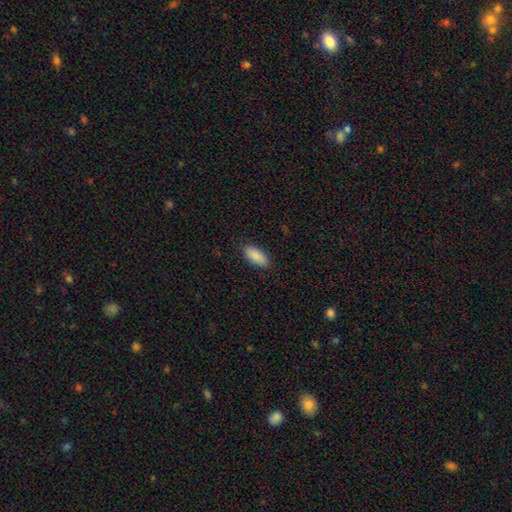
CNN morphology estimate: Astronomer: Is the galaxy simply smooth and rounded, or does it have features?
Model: smooth — 90%.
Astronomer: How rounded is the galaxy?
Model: in between — 85%.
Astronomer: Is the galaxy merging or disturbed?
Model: none — 87%.